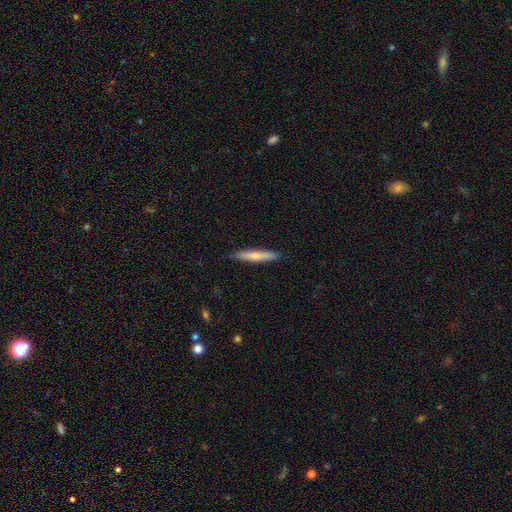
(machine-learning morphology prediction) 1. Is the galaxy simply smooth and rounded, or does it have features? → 67% smooth, 27% featured or disk, 5% star or artifact.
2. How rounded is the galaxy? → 94% cigar-shaped, 5% in between, 1% round.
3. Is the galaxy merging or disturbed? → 87% none, 10% minor disturbance, 2% major disturbance, 1% merger.